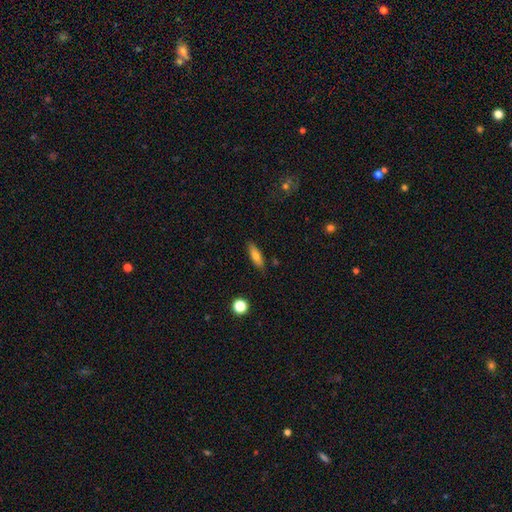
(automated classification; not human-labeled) smooth 71%, featured or disk 21%, star or artifact 8%. Down the decision tree: how rounded — in between (50%); merging — none (85%).